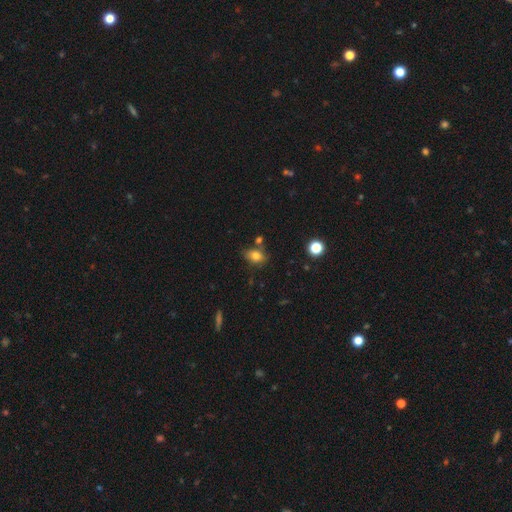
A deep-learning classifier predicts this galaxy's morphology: Overall: smooth (80%). How rounded: in between (73%). Merging: none (70%).